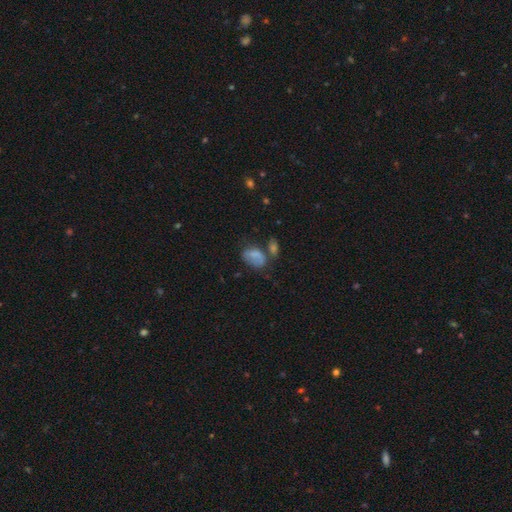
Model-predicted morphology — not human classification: Smooth or featured? Predicted: smooth (p=0.71). How rounded? Predicted: in between (p=0.84). Merging? Predicted: none (p=0.34).